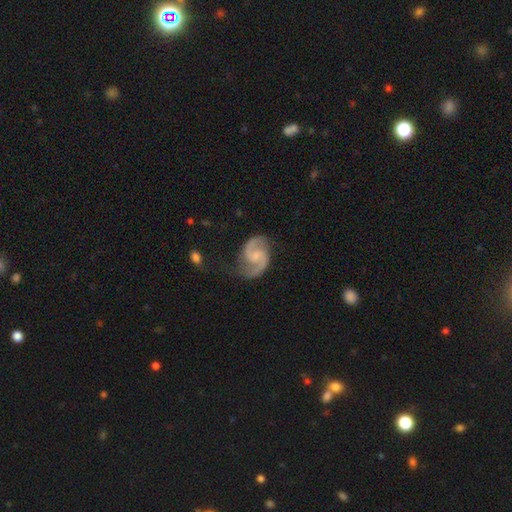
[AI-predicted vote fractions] Overall: featured or disk (91%). Edge-on disk: no (98%). Bar: weak (50%; no 40%). Spiral arms: yes (98%). Spiral arm count: 2 (94%). Spiral winding: medium (59%; loose 27%). Bulge size: small (40%; none 31%). Merging: none (75%).